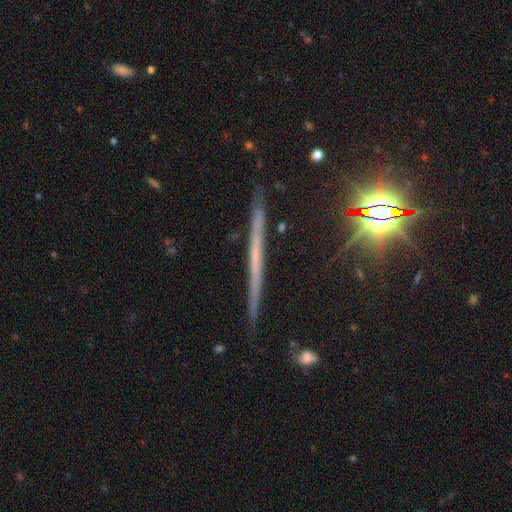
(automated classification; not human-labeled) Smooth or featured?
  - featured or disk: 55% *
  - smooth: 26%
  - star or artifact: 19%
Edge-on disk?
  - yes: 97% *
  - no: 3%
Edge-on bulge?
  - none: 86% *
  - rounded: 9%
  - boxy: 5%
Merging?
  - none: 87% *
  - minor disturbance: 10%
  - major disturbance: 2%
  - merger: 2%